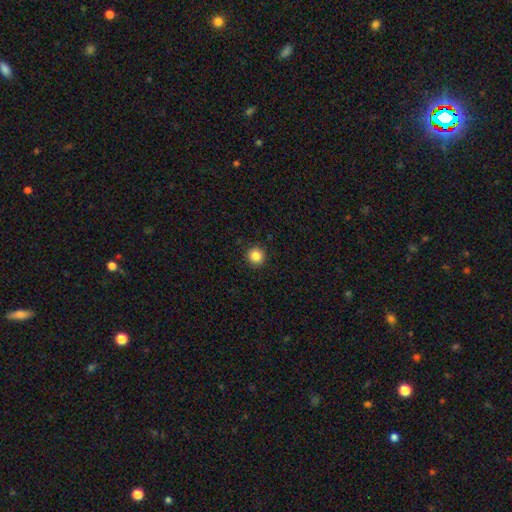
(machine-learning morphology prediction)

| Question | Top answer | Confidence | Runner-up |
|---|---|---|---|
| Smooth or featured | smooth | 85% | star or artifact (11%) |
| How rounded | round | 95% | in between (4%) |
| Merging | none | 93% | minor disturbance (5%) |